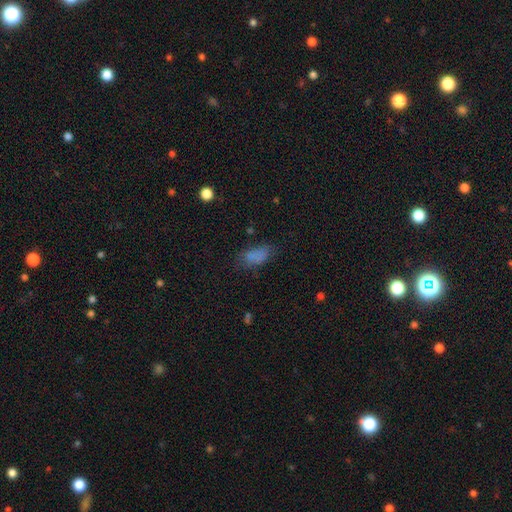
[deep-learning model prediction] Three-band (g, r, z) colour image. It shows a smooth galaxy with no disk features (76%) that is in between round and cigar-shaped (88%). Merging: none (61%).